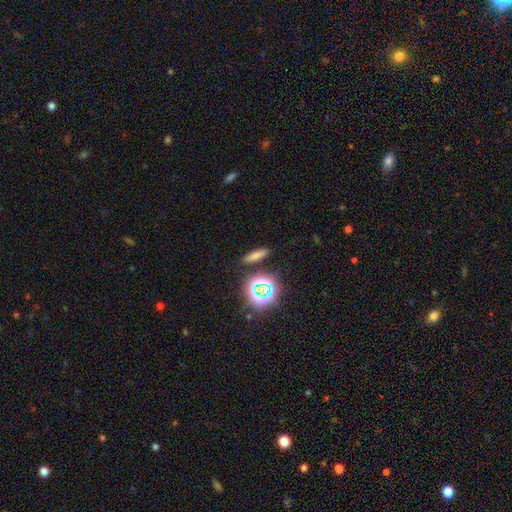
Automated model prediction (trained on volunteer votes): smooth 68%, star or artifact 22%, featured or disk 11%. Down the decision tree: how rounded — cigar-shaped (64%); merging — none (85%).